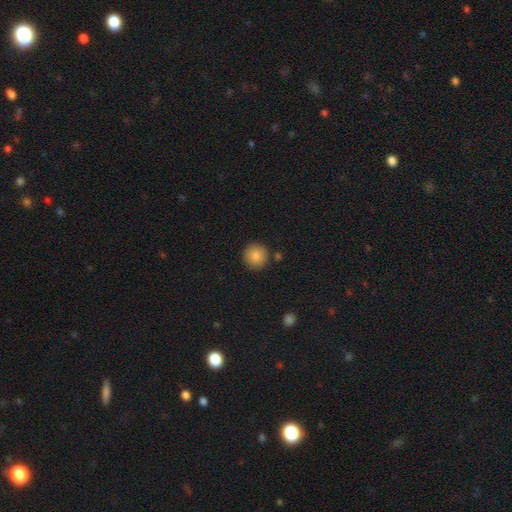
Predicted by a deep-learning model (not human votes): Smooth or featured? smooth (86%)
How rounded? round (94%)
Merging? none (88%)